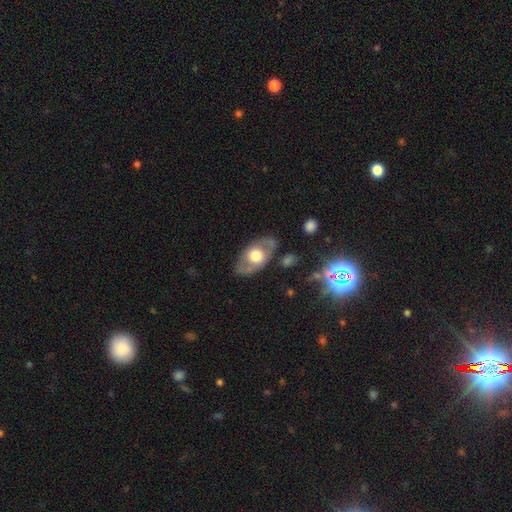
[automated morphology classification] A featured or disk galaxy (49%). Merging: none (77%).